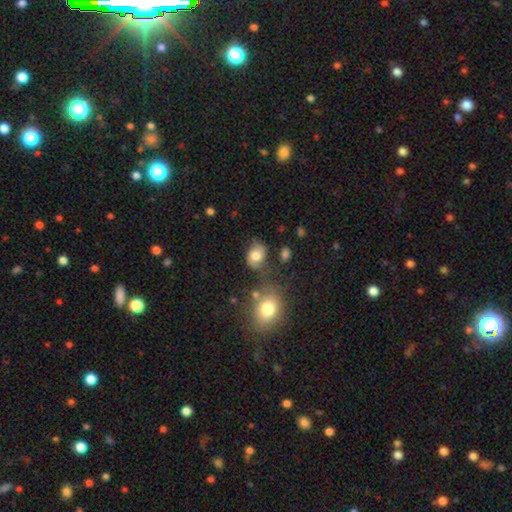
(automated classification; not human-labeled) smooth-or-featured: smooth: 69% | featured or disk: 21% | star or artifact: 10%
  how-rounded: in between: 64% | round: 35% | cigar-shaped: 1%
  merging: none: 58% | minor disturbance: 25% | major disturbance: 10% | merger: 7%